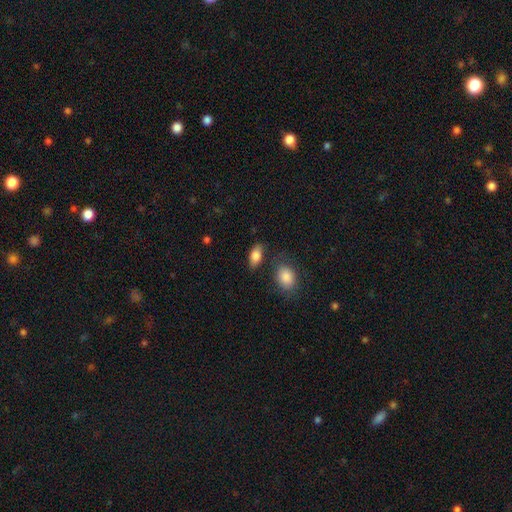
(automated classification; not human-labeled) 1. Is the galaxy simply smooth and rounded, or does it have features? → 84% smooth, 8% featured or disk, 7% star or artifact.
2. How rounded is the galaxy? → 90% in between, 6% round, 4% cigar-shaped.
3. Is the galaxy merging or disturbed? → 76% none, 14% minor disturbance, 6% merger, 4% major disturbance.